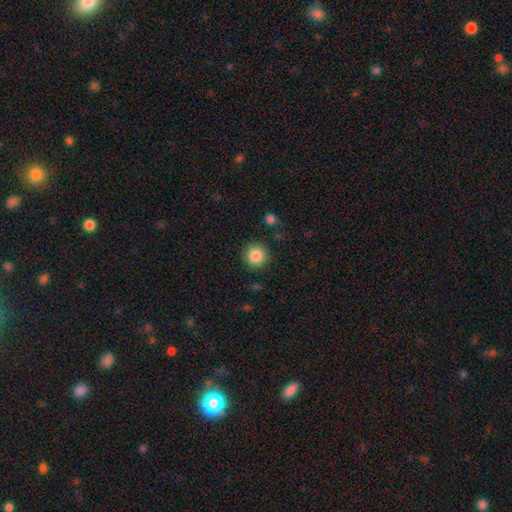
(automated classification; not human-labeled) Smooth or featured? smooth (87%)
How rounded? round (94%)
Merging? none (89%)